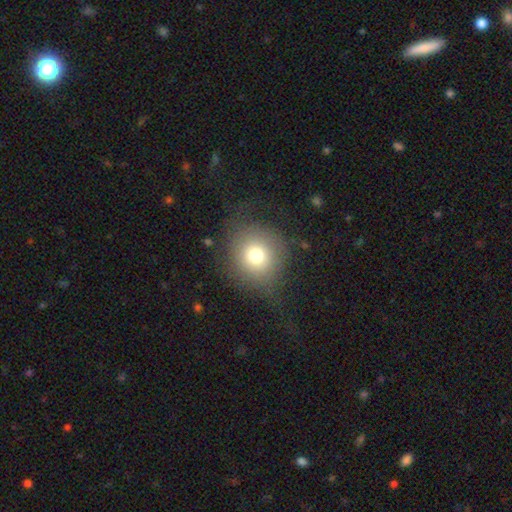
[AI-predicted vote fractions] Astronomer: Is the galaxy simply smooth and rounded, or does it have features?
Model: smooth — 72%.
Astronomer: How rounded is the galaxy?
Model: round — 87%.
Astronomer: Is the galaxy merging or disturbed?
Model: none — 71%.